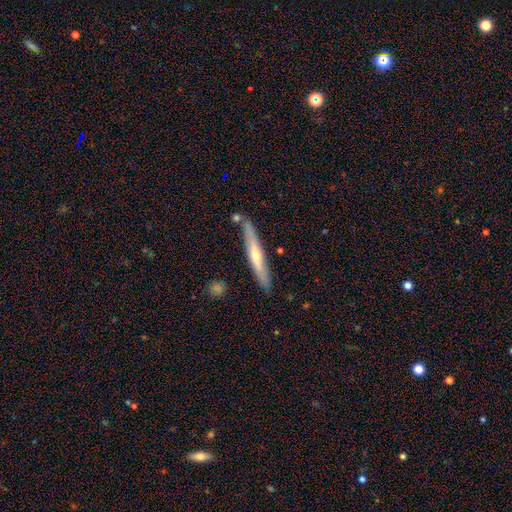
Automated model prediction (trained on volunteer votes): A featured or disk galaxy (55%) viewed edge-on (89%).

Vote fractions:
- Smooth or featured? featured or disk: 55% / smooth: 40% / star or artifact: 6%
- Edge-on disk? yes: 89% / no: 11%
- Merging? none: 83% / minor disturbance: 11% / merger: 4% / major disturbance: 2%